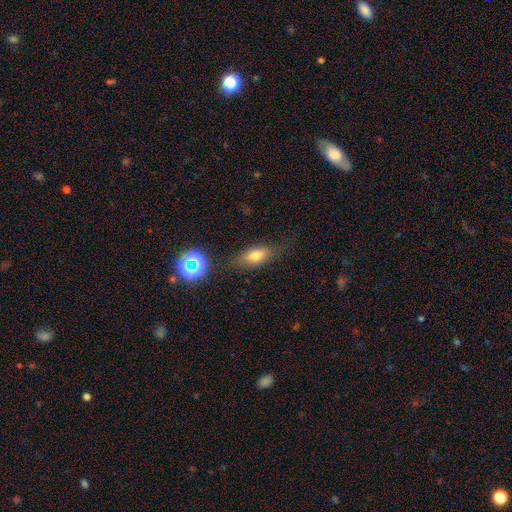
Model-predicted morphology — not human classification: Smooth or featured: smooth — 71% (featured or disk — 16%)
How rounded: in between — 76% (cigar-shaped — 14%)
Merging: none — 76% (minor disturbance — 16%)